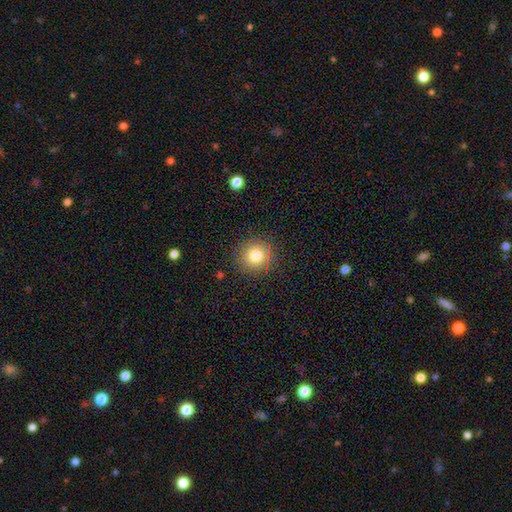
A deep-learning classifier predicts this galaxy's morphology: Smooth or featured? smooth (81%)
How rounded? round (93%)
Merging? none (89%)